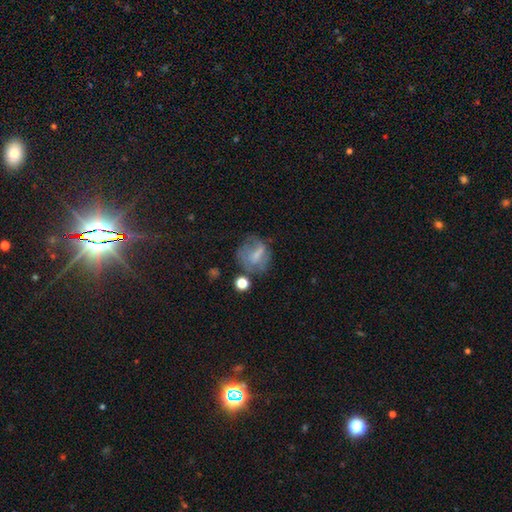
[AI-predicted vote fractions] The model was most divided on "smooth or featured": smooth: 45%, featured or disk: 42%, star or artifact: 13%. Remaining: merging — none (42%).